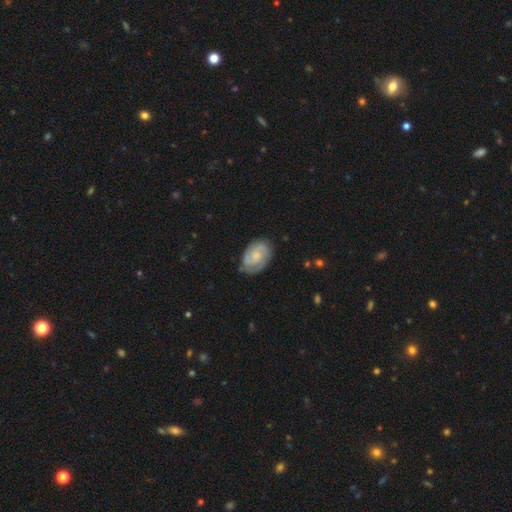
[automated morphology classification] Smooth or featured? Predicted: featured or disk (p=0.70). Edge-on disk? Predicted: no (p=0.97). Bar? Predicted: no (p=0.66). Spiral arms? Predicted: yes (p=0.92). Spiral winding? Predicted: tight (p=0.57). Spiral arm count? Predicted: 2 (p=0.63). Bulge size? Predicted: small (p=0.39). Merging? Predicted: none (p=0.75).